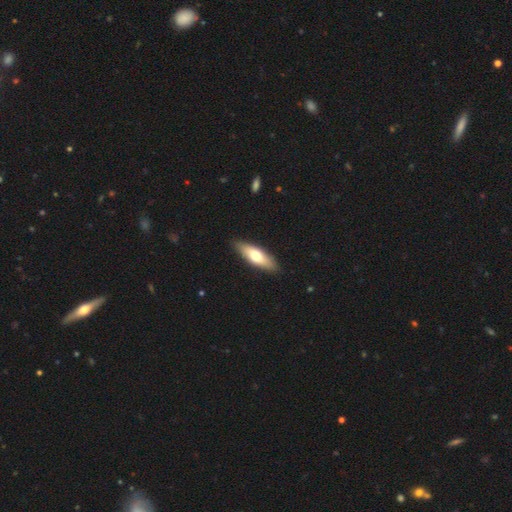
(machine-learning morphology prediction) A smooth galaxy with no disk features (63%) that is in between round and cigar-shaped (56%).

Vote fractions:
- Smooth or featured? smooth: 63% / featured or disk: 32% / star or artifact: 5%
- How rounded? in between: 56% / cigar-shaped: 42% / round: 2%
- Merging? none: 88% / minor disturbance: 9% / major disturbance: 2% / merger: 1%